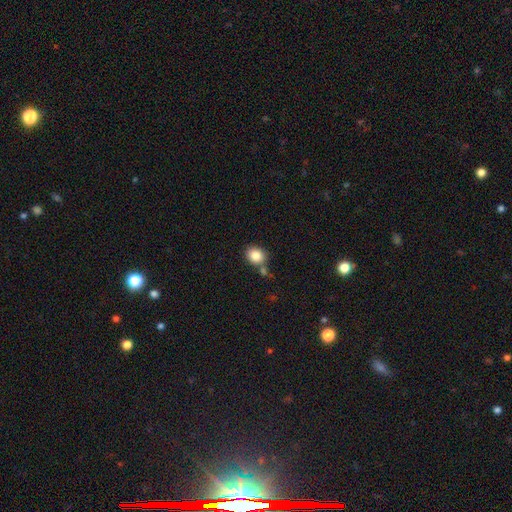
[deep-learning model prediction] smooth_or_featured: smooth (p=0.84) [alt: star or artifact p=0.09]
how_rounded: round (p=0.63) [alt: in between p=0.37]
merging: none (p=0.69) [alt: merger p=0.15]